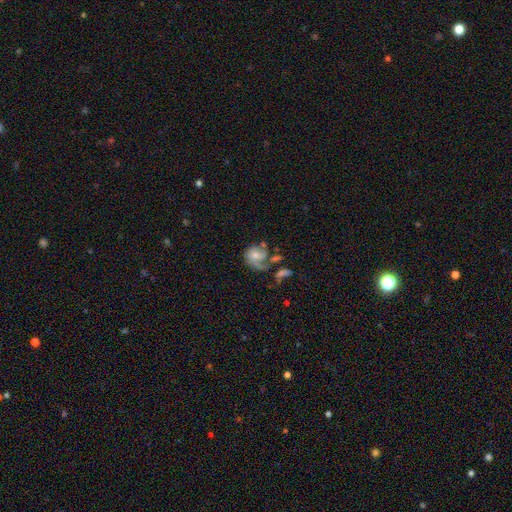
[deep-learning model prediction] The model was most divided on "merging": major disturbance: 32%, none: 29%, merger: 22%, minor disturbance: 17%. More confident: edge-on disk — no (97%); spiral arms — yes (80%); bar — no (76%); smooth or featured — featured or disk (61%); bulge size — moderate (51%).